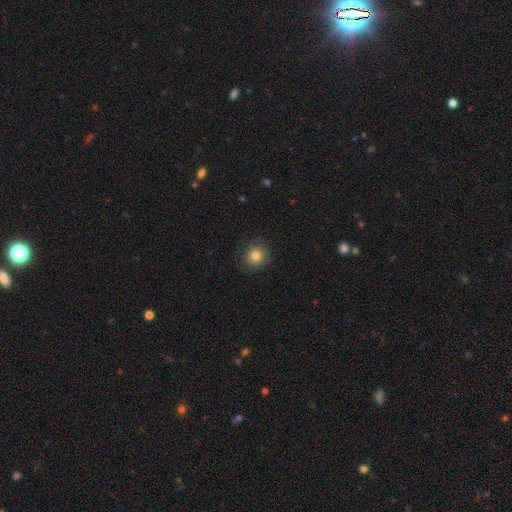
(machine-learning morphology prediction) Smooth or featured?
  - smooth: 78% *
  - featured or disk: 12%
  - star or artifact: 11%
How rounded?
  - round: 91% *
  - in between: 8%
  - cigar-shaped: 1%
Merging?
  - none: 84% *
  - minor disturbance: 11%
  - major disturbance: 4%
  - merger: 1%